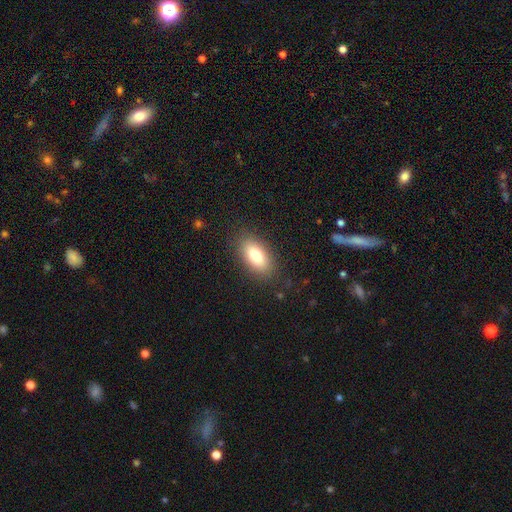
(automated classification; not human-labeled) smooth_or_featured: smooth (p=0.79) [alt: featured or disk p=0.13]
how_rounded: in between (p=0.90) [alt: cigar-shaped p=0.06]
merging: none (p=0.86) [alt: minor disturbance p=0.10]